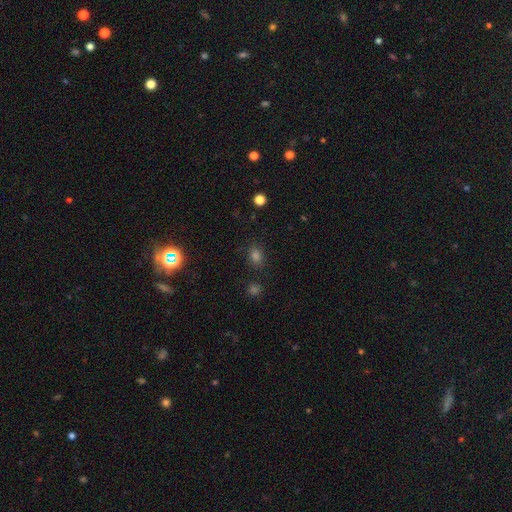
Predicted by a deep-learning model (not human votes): A smooth galaxy with no disk features (68%) that is round (51%). Merging: none (84%).